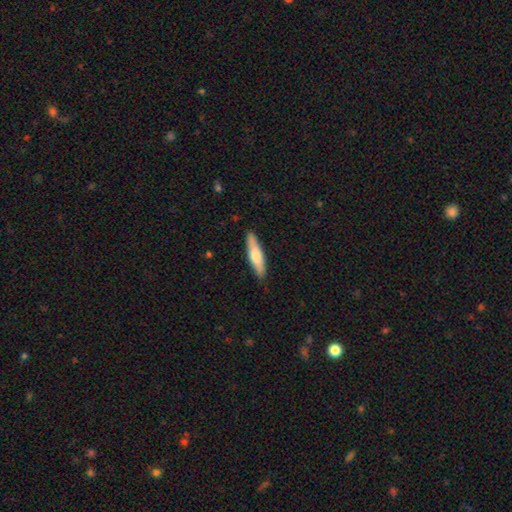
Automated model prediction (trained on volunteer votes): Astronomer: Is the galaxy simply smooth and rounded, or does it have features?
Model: smooth — 60%.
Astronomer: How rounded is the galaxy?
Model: cigar-shaped — 76%.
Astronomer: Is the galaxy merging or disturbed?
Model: none — 89%.